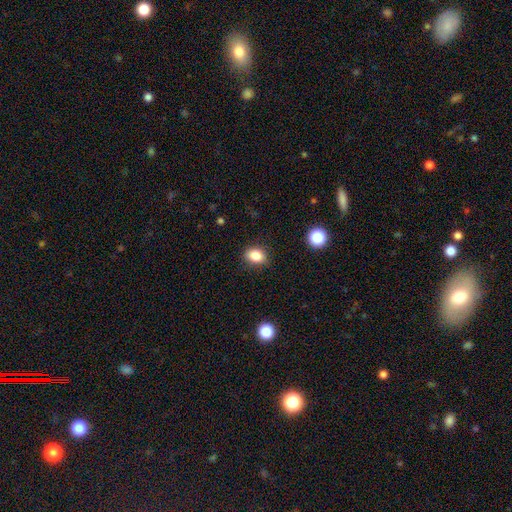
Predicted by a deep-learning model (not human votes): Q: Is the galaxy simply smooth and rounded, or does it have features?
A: smooth — 84%.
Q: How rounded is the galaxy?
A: in between — 64%.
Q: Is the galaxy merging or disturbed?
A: none — 84%.